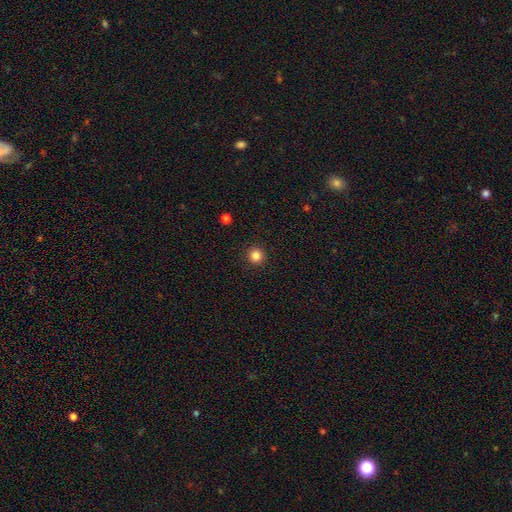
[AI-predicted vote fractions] A smooth galaxy with no disk features (84%) that is round (95%).

Vote fractions:
- Smooth or featured? smooth: 84% / star or artifact: 12% / featured or disk: 4%
- How rounded? round: 95% / in between: 4% / cigar-shaped: 1%
- Merging? none: 93% / minor disturbance: 4% / major disturbance: 2% / merger: 1%